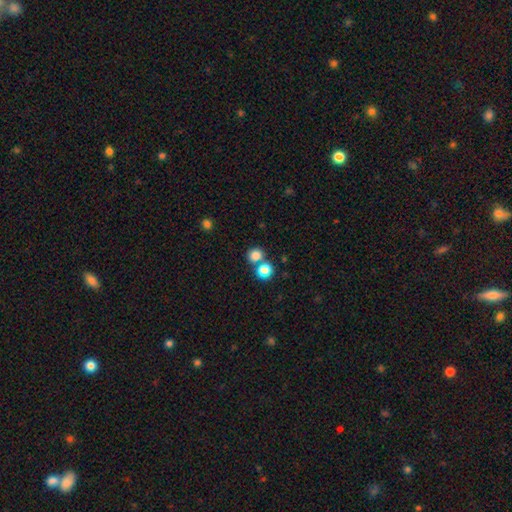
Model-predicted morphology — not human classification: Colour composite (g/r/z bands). It shows a smooth galaxy with no disk features (79%) that is round (88%). Merging: none (63%).